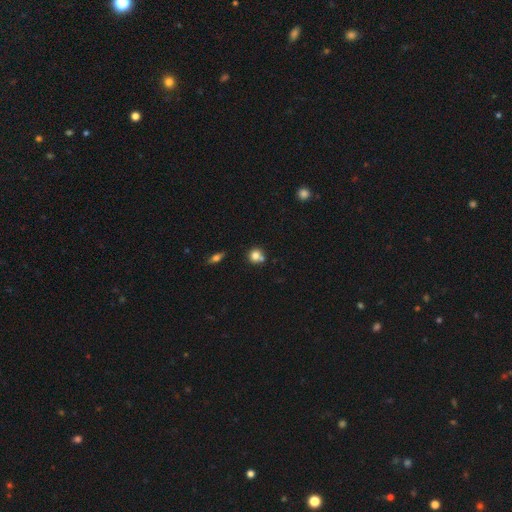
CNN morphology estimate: smooth 77%, star or artifact 11%, featured or disk 11%. Down the decision tree: how rounded — round (87%); merging — none (59%).